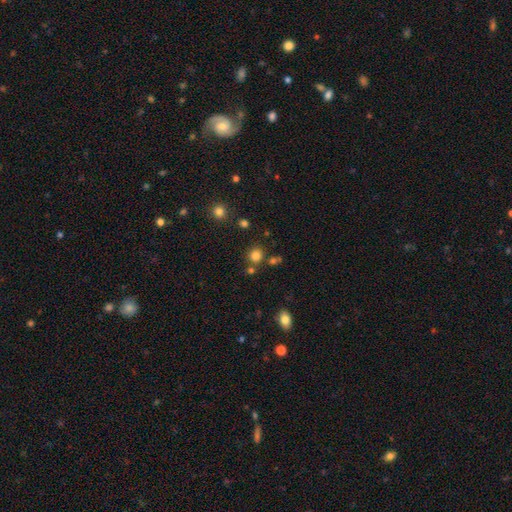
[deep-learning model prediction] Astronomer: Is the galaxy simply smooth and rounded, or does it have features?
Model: smooth — 80%.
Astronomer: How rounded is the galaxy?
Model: round — 86%.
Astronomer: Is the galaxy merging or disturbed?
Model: none — 78%.